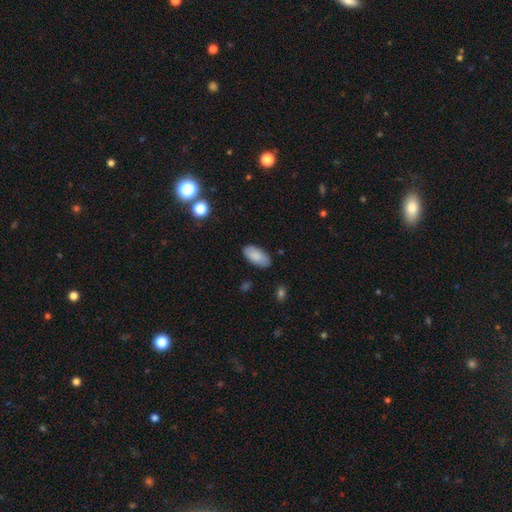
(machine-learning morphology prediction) Smooth or featured?
  - smooth: 87% *
  - featured or disk: 7%
  - star or artifact: 6%
How rounded?
  - in between: 94% *
  - cigar-shaped: 4%
  - round: 2%
Merging?
  - none: 85% *
  - minor disturbance: 11%
  - major disturbance: 2%
  - merger: 1%